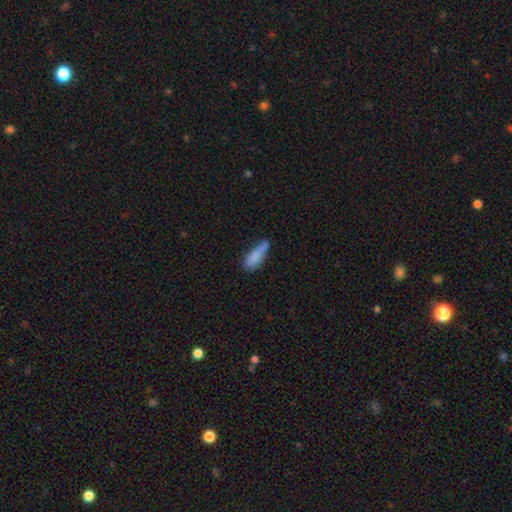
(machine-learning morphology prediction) type=smooth (81%); roundness=cigar-shaped (52%); merging=none (45%).